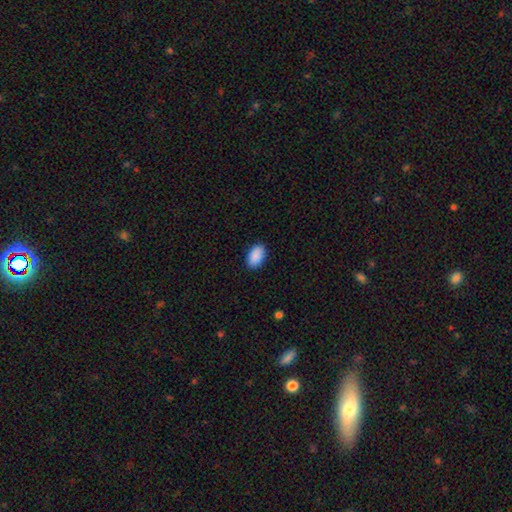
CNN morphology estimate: smooth 91%, star or artifact 6%, featured or disk 3%. Down the decision tree: how rounded — in between (93%); merging — none (89%).